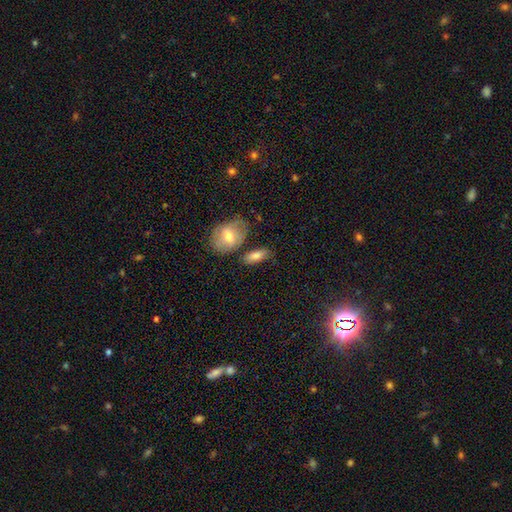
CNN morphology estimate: This is likely a smooth galaxy (80%). How rounded: clearly in between (83%). Merging: likely none (66%).